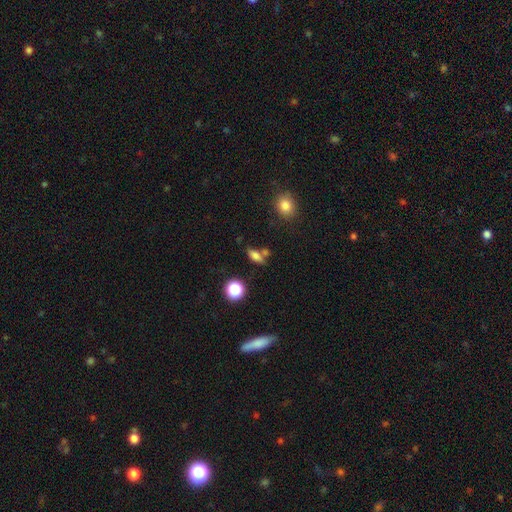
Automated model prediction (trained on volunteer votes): smooth 72%, featured or disk 14%, star or artifact 14%. Down the decision tree: how rounded — in between (66%); merging — none (58%).